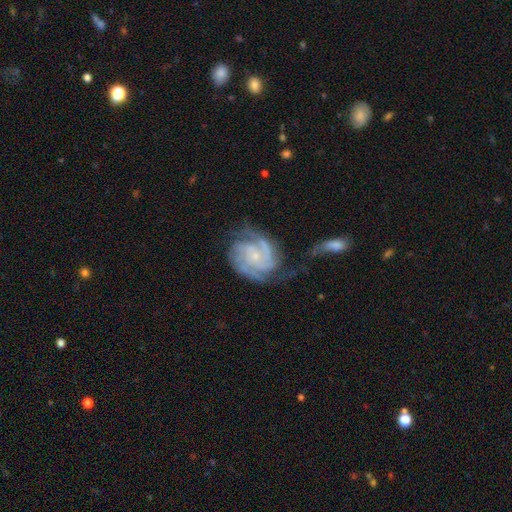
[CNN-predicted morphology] Smooth or featured: featured or disk — 90% (smooth — 5%)
Edge-on disk: no — 98% (yes — 2%)
Bar: no — 67% (weak — 27%)
Spiral arms: yes — 98% (no — 2%)
Spiral winding: tight — 61% (medium — 33%)
Spiral arm count: 3 — 33% (2 — 31%)
Bulge size: small — 79% (moderate — 14%)
Merging: none — 53% (minor disturbance — 22%)